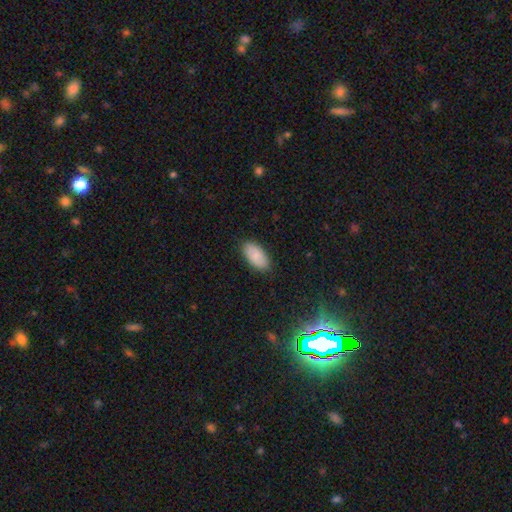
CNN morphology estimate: Smooth or featured? Predicted: smooth (p=0.86). How rounded? Predicted: in between (p=0.94). Merging? Predicted: none (p=0.87).